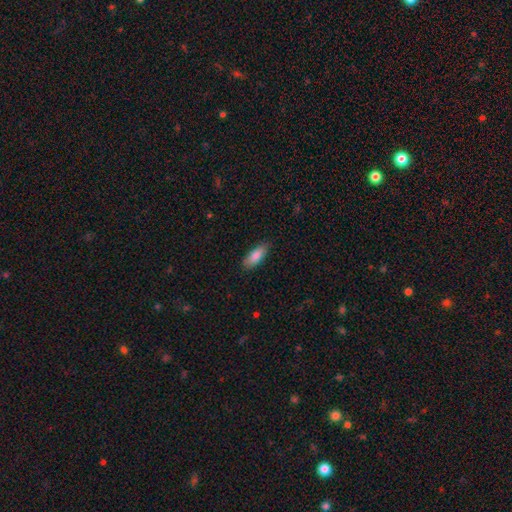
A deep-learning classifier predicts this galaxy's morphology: Overall: smooth (86%). How rounded: in between (75%). Merging: none (85%).